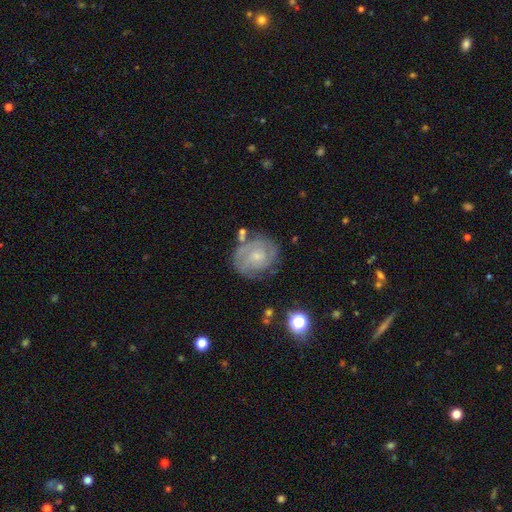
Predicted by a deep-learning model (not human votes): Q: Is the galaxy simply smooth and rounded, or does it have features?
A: featured or disk — 78%.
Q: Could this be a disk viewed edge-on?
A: no — 98%.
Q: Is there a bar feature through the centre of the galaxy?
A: no — 72%.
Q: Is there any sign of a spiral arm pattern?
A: yes — 91%.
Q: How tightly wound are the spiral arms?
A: tight — 68%.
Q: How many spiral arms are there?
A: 2 — 38%.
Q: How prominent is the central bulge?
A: small — 76%.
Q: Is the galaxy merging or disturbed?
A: none — 70%.